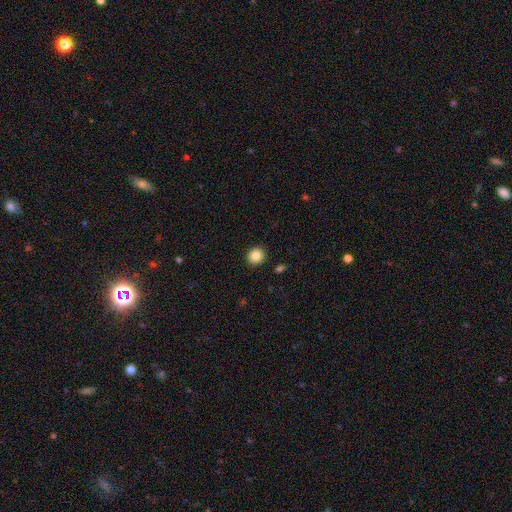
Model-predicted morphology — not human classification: The model was most divided on "smooth or featured": smooth: 85%, star or artifact: 9%, featured or disk: 5%. More confident: merging — none (92%); how rounded — round (90%).